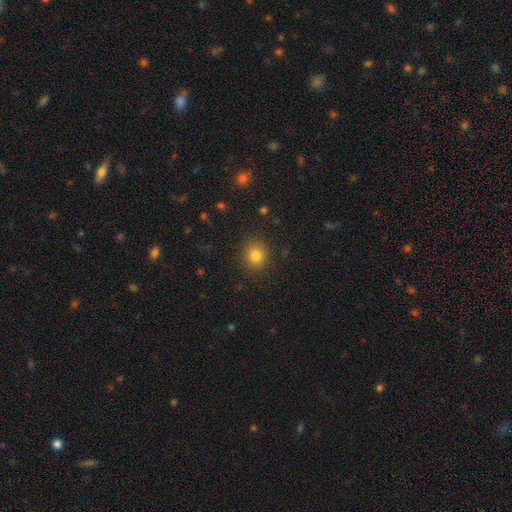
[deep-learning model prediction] Smooth or featured? smooth (81%)
How rounded? round (82%)
Merging? none (88%)